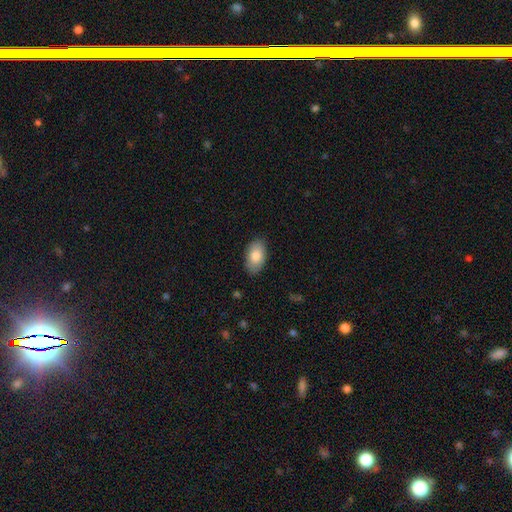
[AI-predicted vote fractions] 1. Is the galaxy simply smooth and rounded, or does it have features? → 83% smooth, 11% featured or disk, 6% star or artifact.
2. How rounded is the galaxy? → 94% in between, 4% round, 1% cigar-shaped.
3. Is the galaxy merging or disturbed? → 86% none, 11% minor disturbance, 2% major disturbance, 1% merger.